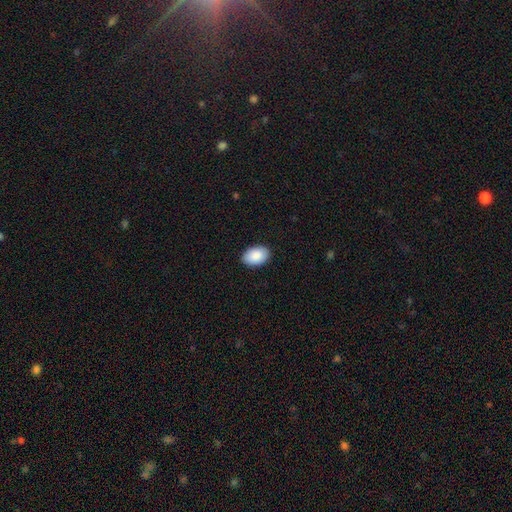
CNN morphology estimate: The model was most divided on "merging": none: 89%, minor disturbance: 8%, major disturbance: 2%, merger: 1%. More confident: how rounded — in between (91%); smooth or featured — smooth (90%).